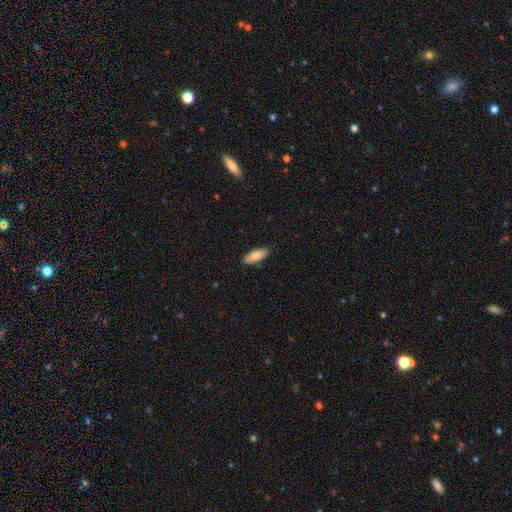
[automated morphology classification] Smooth or featured? smooth (84%)
How rounded? in between (69%)
Merging? none (88%)